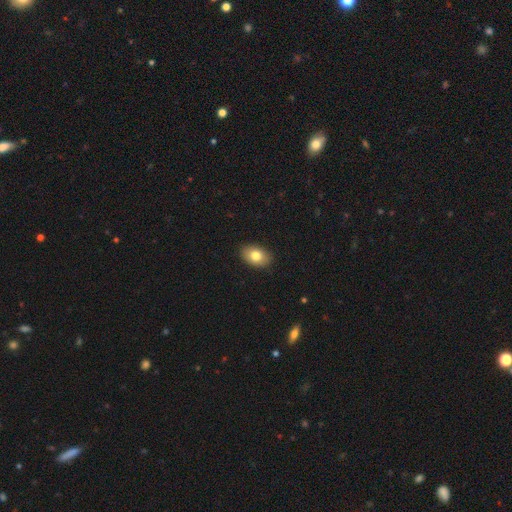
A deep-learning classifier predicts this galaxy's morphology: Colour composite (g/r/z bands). It shows a smooth galaxy with no disk features (81%) that is in between round and cigar-shaped (85%). Merging: none (90%).